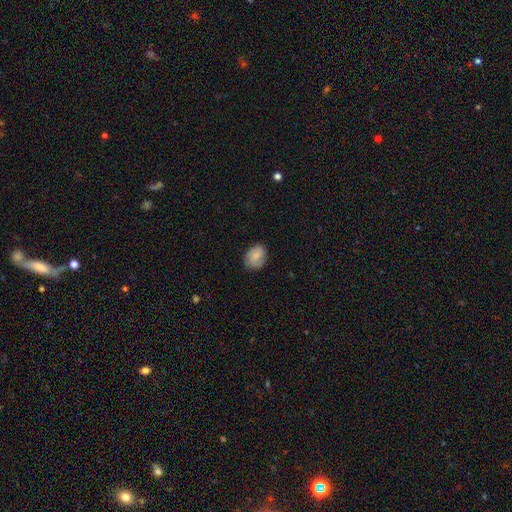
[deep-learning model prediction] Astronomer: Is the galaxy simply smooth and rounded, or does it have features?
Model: smooth — 79%.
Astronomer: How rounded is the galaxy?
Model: in between — 64%.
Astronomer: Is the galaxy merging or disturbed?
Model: none — 77%.